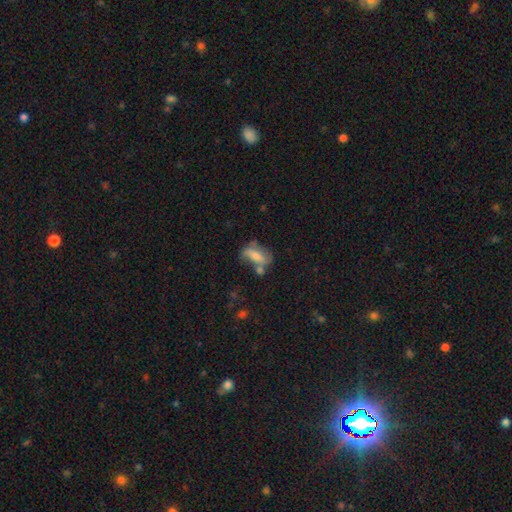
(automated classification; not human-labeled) Overall: smooth (54%; featured or disk 37%). How rounded: in between (76%). Merging: none (40%; minor disturbance 23%).